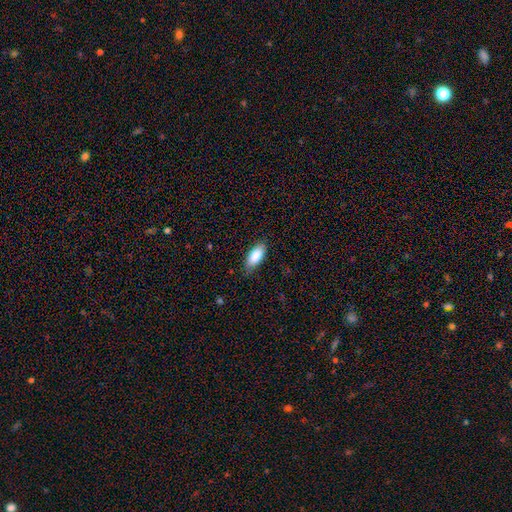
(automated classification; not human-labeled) This appears to be a smooth galaxy with no disk features (84%) that is in between round and cigar-shaped (85%). Merging: none (80%).